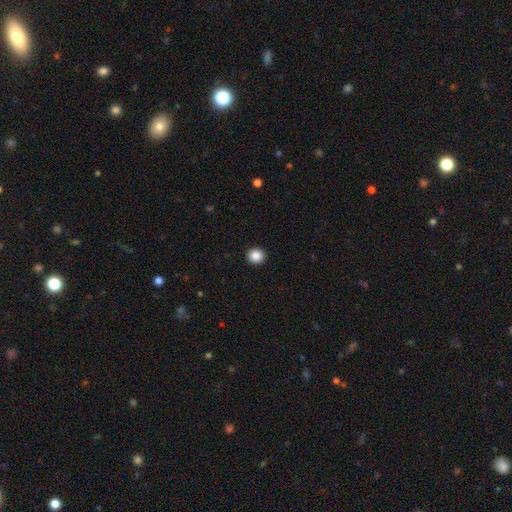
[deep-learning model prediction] Morphology: type=smooth (87%); roundness=round (92%); merging=none (94%).